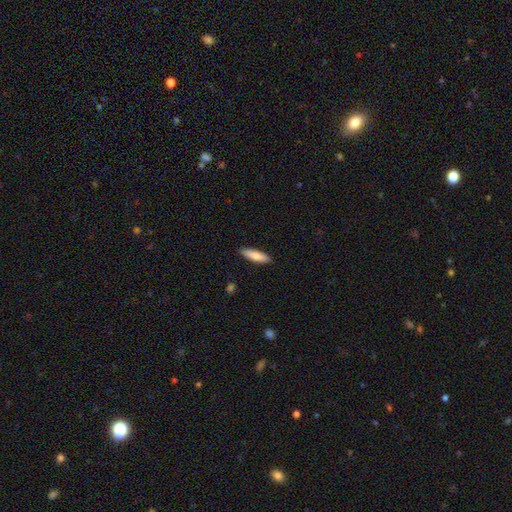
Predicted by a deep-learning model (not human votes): Q: Smooth or featured?
A: smooth (78%); runner-up: featured or disk (16%)
Q: How rounded?
A: cigar-shaped (60%); runner-up: in between (38%)
Q: Merging?
A: none (89%); runner-up: minor disturbance (8%)